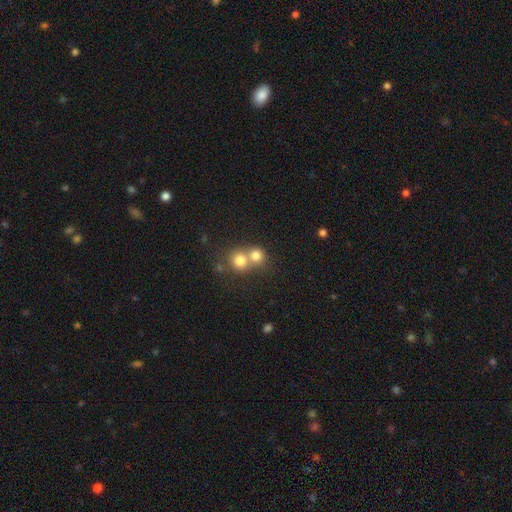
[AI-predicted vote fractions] Overall: smooth (76%). How rounded: round (84%). Merging: merger (58%; none 35%).